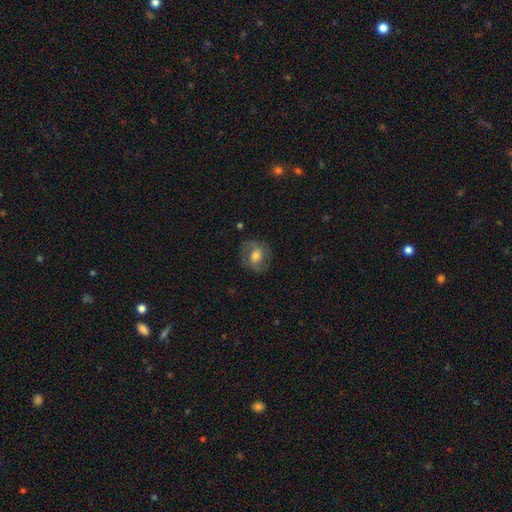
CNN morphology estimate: Smooth or featured?
  - featured or disk: 62% *
  - smooth: 30%
  - star or artifact: 8%
Edge-on disk?
  - no: 96% *
  - yes: 4%
Bar?
  - no: 41% * (tied)
  - weak: 41% * (tied)
  - strong: 18%
Spiral arms?
  - yes: 83% *
  - no: 17%
Spiral winding?
  - medium: 49% *
  - tight: 27%
  - loose: 24%
Spiral arm count?
  - 2: 85% *
  - can't tell: 8%
  - 1: 3%
  - 3: 2%
  - 4: 1%
  - more than 4: 1%
Bulge size?
  - moderate: 64% *
  - small: 24%
  - large: 9%
  - none: 2%
  - dominant: 1%
Merging?
  - none: 77% *
  - minor disturbance: 15%
  - major disturbance: 7%
  - merger: 1%